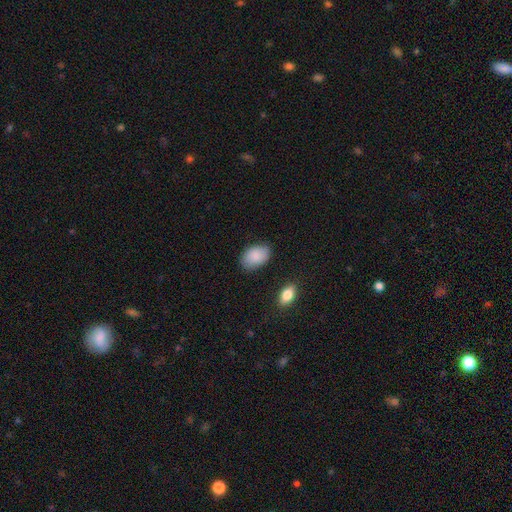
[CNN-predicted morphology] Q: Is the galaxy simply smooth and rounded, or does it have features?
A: smooth — 87%.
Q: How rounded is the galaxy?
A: in between — 89%.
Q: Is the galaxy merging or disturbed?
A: none — 81%.